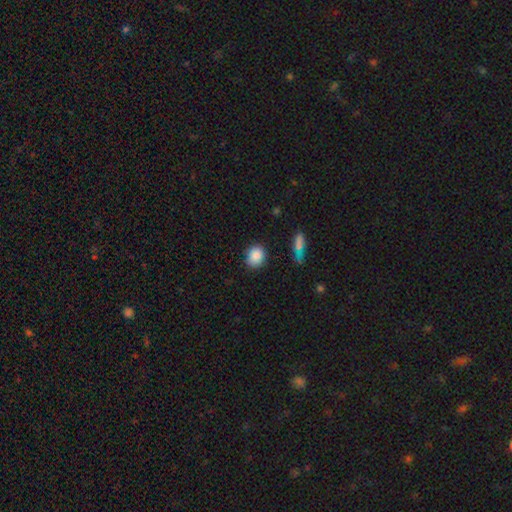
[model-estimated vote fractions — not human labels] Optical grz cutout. It shows a smooth galaxy with no disk features (87%) that is round (57%). Merging: none (82%).